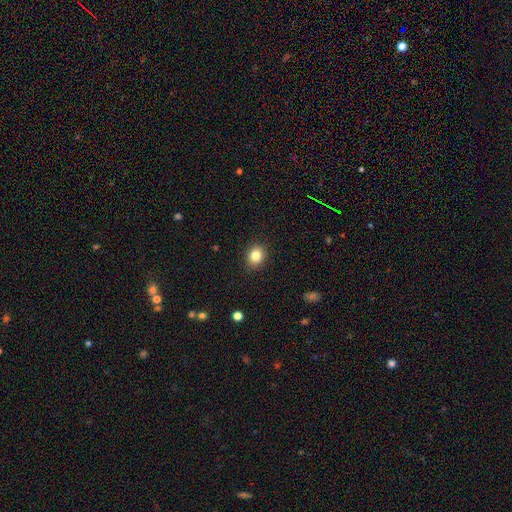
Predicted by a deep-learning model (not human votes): Q: Smooth or featured?
A: smooth (84%); runner-up: star or artifact (10%)
Q: How rounded?
A: round (66%); runner-up: in between (33%)
Q: Merging?
A: none (90%); runner-up: minor disturbance (7%)